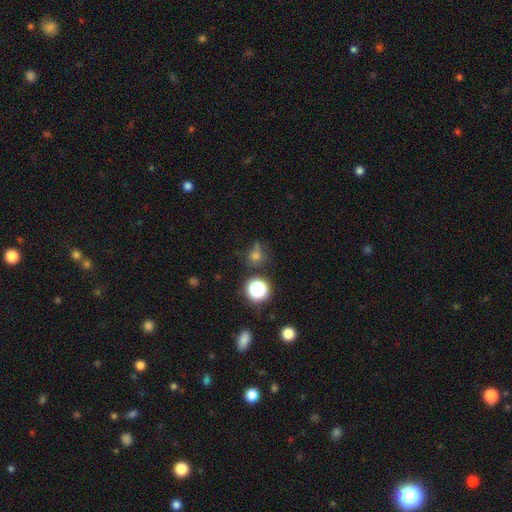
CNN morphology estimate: smooth-or-featured: smooth: 58% | star or artifact: 31% | featured or disk: 10%
  how-rounded: round: 79% | in between: 19% | cigar-shaped: 1%
  merging: none: 60% | minor disturbance: 19% | major disturbance: 11% | merger: 9%